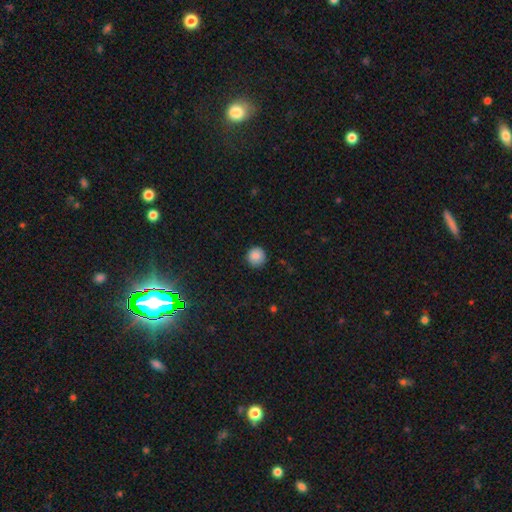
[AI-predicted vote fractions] This appears to be a smooth galaxy with no disk features (86%) that is round (95%). Merging: none (89%).